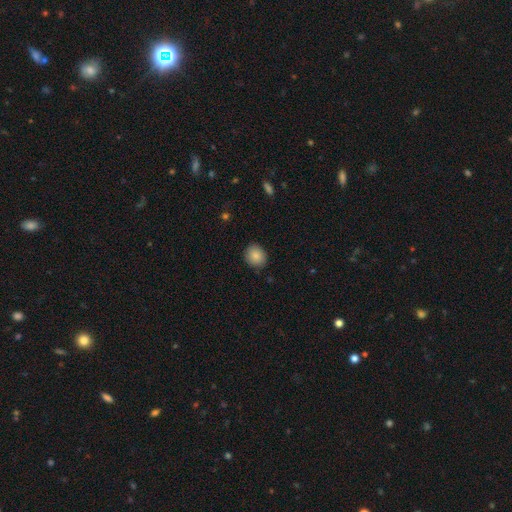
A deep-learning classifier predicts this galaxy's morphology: smooth_or_featured: smooth (p=0.86) [alt: star or artifact p=0.08]
how_rounded: round (p=0.75) [alt: in between p=0.24]
merging: none (p=0.86) [alt: minor disturbance p=0.11]